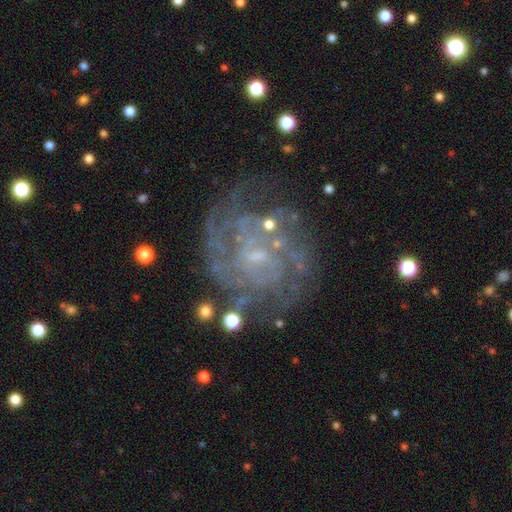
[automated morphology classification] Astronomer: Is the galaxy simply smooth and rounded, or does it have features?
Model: featured or disk — 86%.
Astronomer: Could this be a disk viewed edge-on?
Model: no — 98%.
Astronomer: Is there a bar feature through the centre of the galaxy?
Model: no — 50% (runner-up: weak, 41%).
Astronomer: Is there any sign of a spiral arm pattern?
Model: yes — 93%.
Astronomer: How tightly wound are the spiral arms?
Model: tight — 65%.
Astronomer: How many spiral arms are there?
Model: can't tell — 34% (runner-up: 3, 17%).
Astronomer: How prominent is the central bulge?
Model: small — 66%.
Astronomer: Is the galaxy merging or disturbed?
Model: none — 71%.